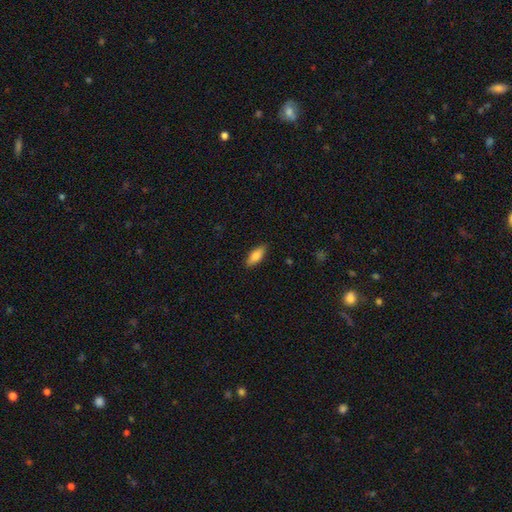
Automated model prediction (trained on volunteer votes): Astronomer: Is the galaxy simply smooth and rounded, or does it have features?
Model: smooth — 81%.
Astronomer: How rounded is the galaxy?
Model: in between — 77%.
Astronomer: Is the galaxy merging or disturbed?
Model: none — 88%.